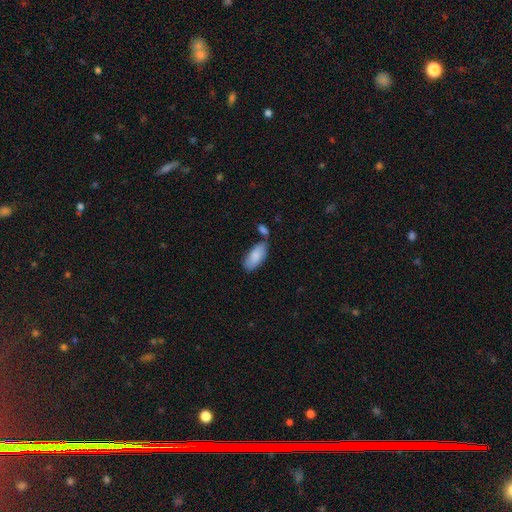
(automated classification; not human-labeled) Overall: smooth (85%). How rounded: in between (89%). Merging: none (61%).